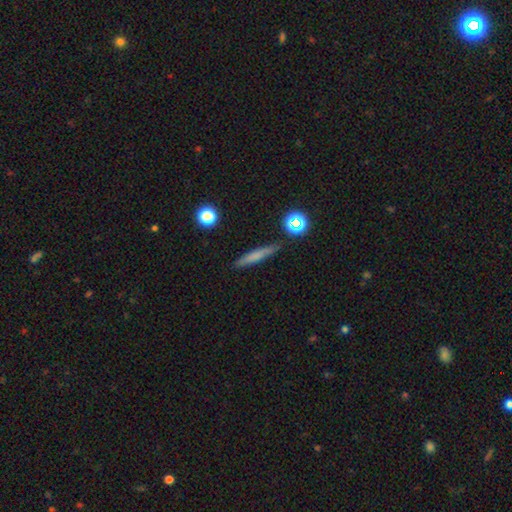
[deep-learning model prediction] A smooth galaxy with no disk features (66%) that is cigar-shaped (90%).

Vote fractions:
- Smooth or featured? smooth: 66% / featured or disk: 24% / star or artifact: 9%
- How rounded? cigar-shaped: 90% / in between: 6% / round: 3%
- Merging? none: 87% / minor disturbance: 9% / merger: 2% / major disturbance: 2%